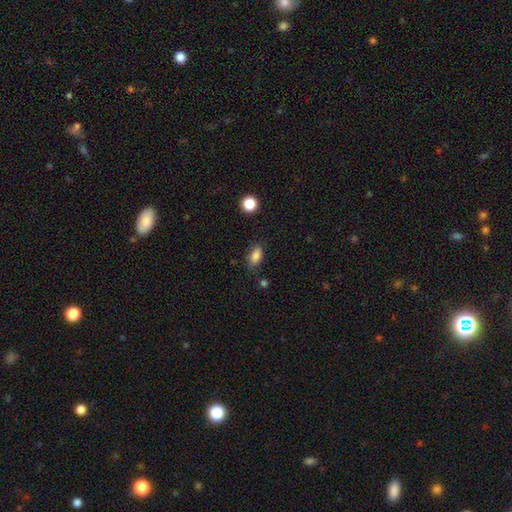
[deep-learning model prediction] A smooth galaxy with no disk features (84%) that is in between round and cigar-shaped (85%).

Vote fractions:
- Smooth or featured? smooth: 84% / star or artifact: 9% / featured or disk: 6%
- How rounded? in between: 85% / cigar-shaped: 9% / round: 6%
- Merging? none: 76% / minor disturbance: 17% / major disturbance: 4% / merger: 2%